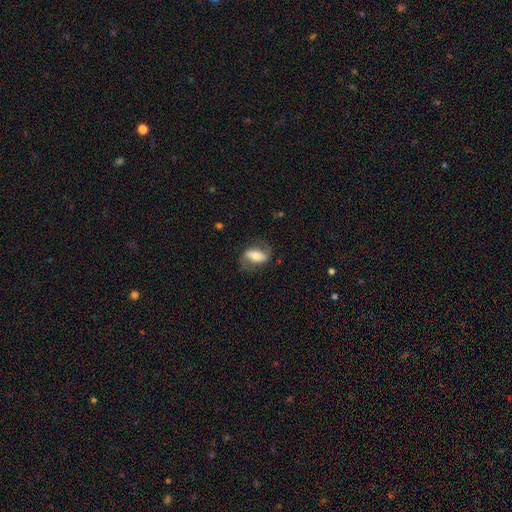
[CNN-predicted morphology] A featured or disk galaxy (56%).

Vote fractions:
- Smooth or featured? featured or disk: 56% / smooth: 37% / star or artifact: 7%
- Edge-on disk? no: 88% / yes: 12%
- Merging? none: 69% / minor disturbance: 19% / major disturbance: 11% / merger: 1%